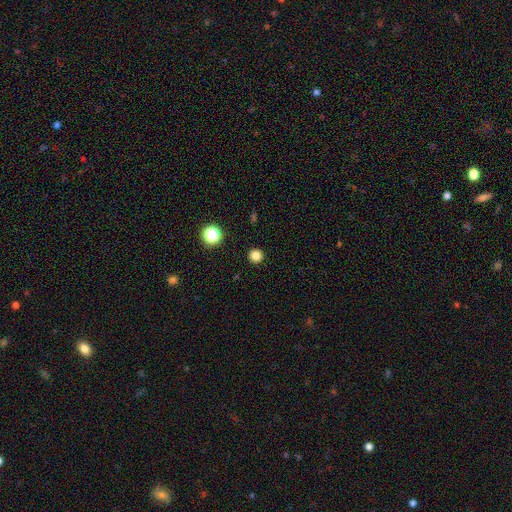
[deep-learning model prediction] Smooth or featured? Predicted: smooth (p=0.83). How rounded? Predicted: round (p=0.95). Merging? Predicted: none (p=0.93).